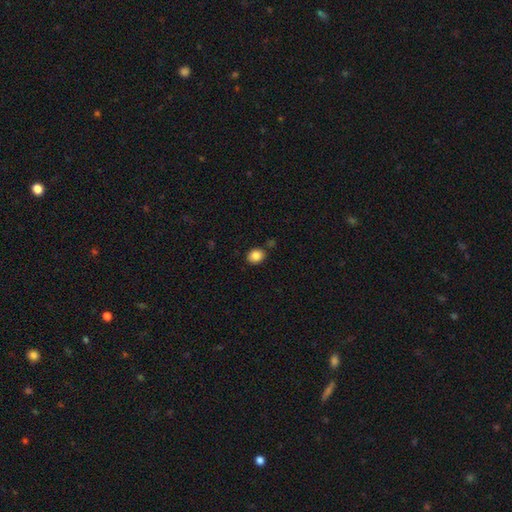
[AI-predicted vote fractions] smooth-or-featured: smooth: 86% | star or artifact: 10% | featured or disk: 5%
  how-rounded: round: 59% | in between: 40% | cigar-shaped: 1%
  merging: none: 82% | minor disturbance: 11% | merger: 5% | major disturbance: 3%